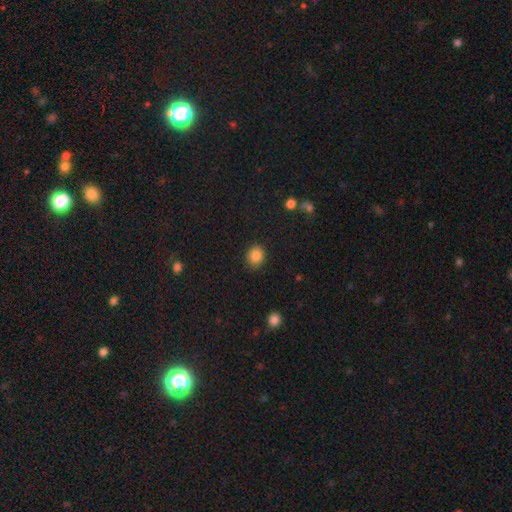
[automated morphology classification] smooth 86%, star or artifact 10%, featured or disk 4%. Down the decision tree: how rounded — round (73%); merging — none (87%).